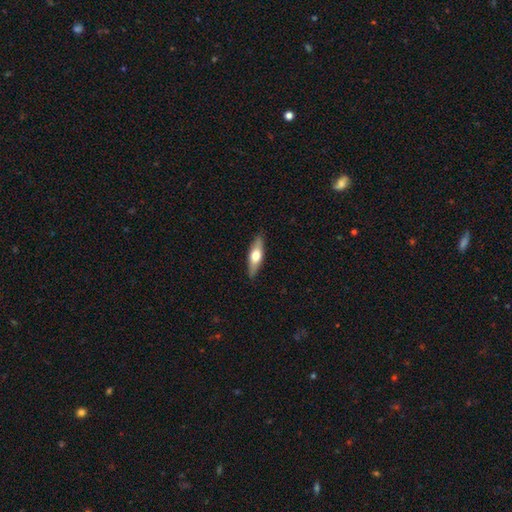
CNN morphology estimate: Q: Smooth or featured?
A: smooth (51%); runner-up: featured or disk (44%)
Q: How rounded?
A: cigar-shaped (51%); runner-up: in between (46%)
Q: Merging?
A: none (88%); runner-up: minor disturbance (9%)